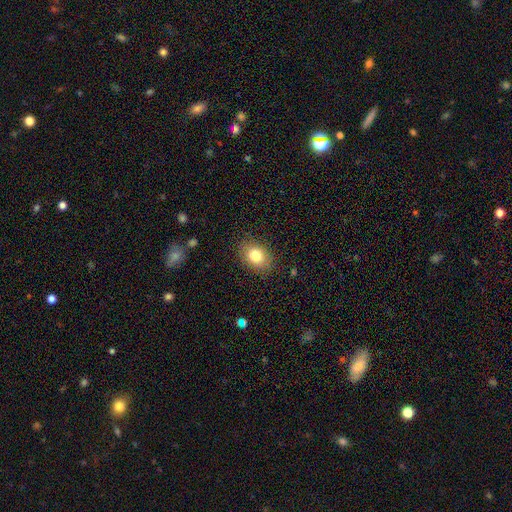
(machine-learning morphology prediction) The model was most divided on "how rounded": in between: 66%, round: 33%, cigar-shaped: 1%. More confident: merging — none (86%); smooth or featured — smooth (81%).